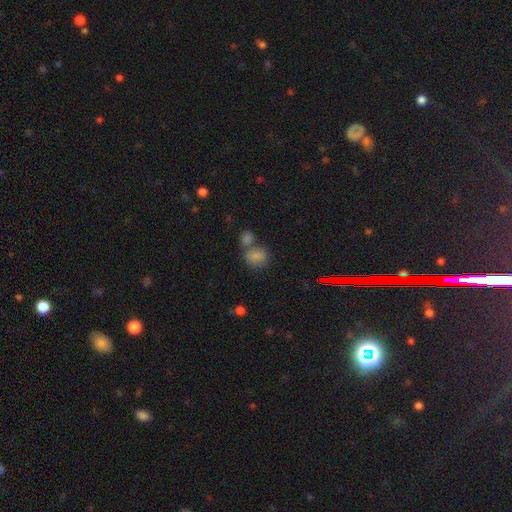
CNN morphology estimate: Smooth or featured? Predicted: smooth (p=0.81). How rounded? Predicted: round (p=0.60). Merging? Predicted: none (p=0.46).